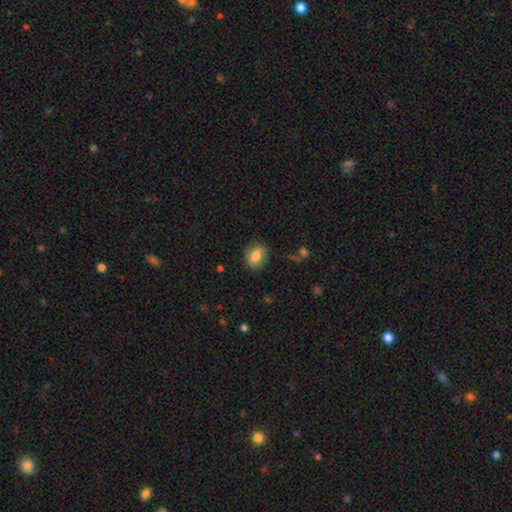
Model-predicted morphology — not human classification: This is clearly a smooth galaxy (81%). How rounded: likely in between (65%). Merging: clearly none (83%).